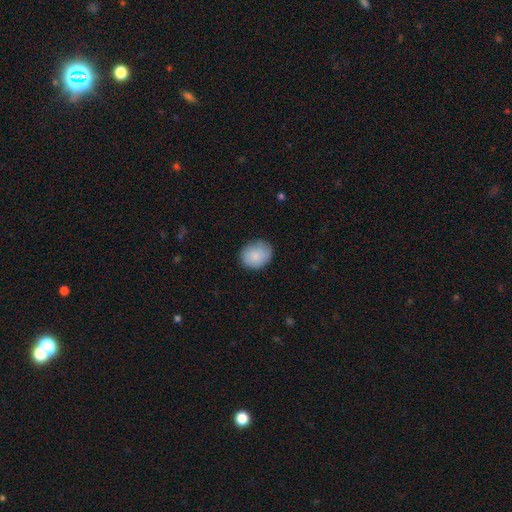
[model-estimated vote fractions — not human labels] Smooth or featured?
  - smooth: 86% *
  - featured or disk: 7%
  - star or artifact: 7%
How rounded?
  - round: 66% *
  - in between: 33%
  - cigar-shaped: 1%
Merging?
  - none: 80% *
  - minor disturbance: 16%
  - major disturbance: 3%
  - merger: 1%